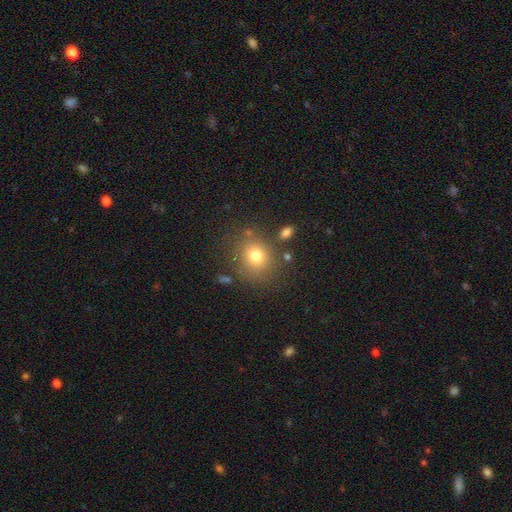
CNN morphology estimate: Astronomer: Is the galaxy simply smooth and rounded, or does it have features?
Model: smooth — 76%.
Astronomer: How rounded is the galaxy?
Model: round — 70%.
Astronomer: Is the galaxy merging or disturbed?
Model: none — 77%.